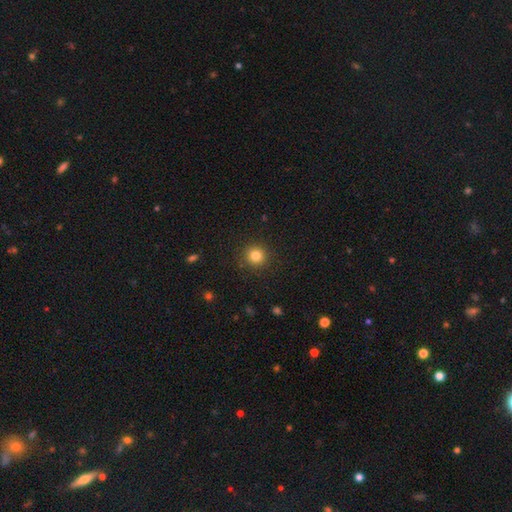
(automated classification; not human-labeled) smooth 82%, star or artifact 12%, featured or disk 6%. Down the decision tree: how rounded — round (94%); merging — none (90%).